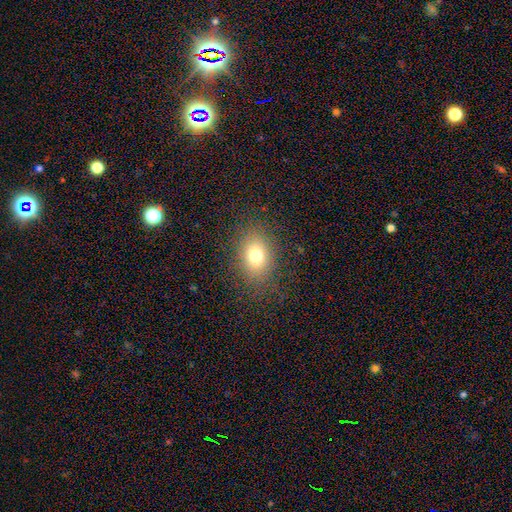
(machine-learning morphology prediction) The model was most divided on "how rounded": in between: 65%, round: 33%, cigar-shaped: 1%. More confident: merging — none (82%); smooth or featured — smooth (74%).